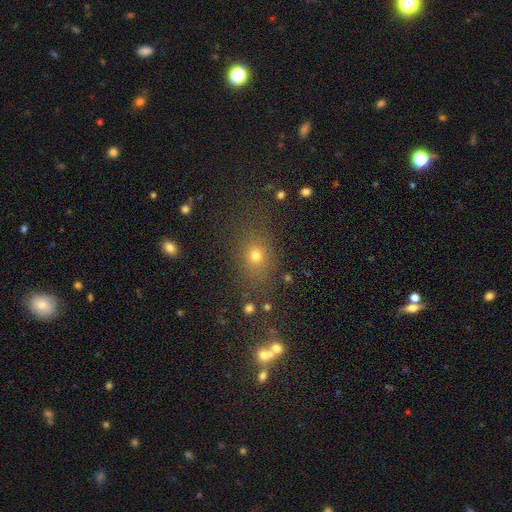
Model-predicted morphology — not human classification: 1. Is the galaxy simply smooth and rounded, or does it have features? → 68% smooth, 21% star or artifact, 10% featured or disk.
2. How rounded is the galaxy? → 50% round, 47% in between, 3% cigar-shaped.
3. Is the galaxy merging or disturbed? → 78% none, 12% minor disturbance, 6% major disturbance, 4% merger.